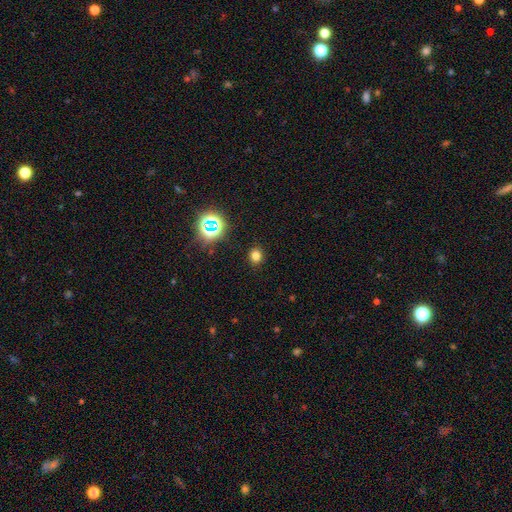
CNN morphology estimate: A smooth galaxy with no disk features (73%) that is round (71%).

Vote fractions:
- Smooth or featured? smooth: 73% / star or artifact: 21% / featured or disk: 5%
- How rounded? round: 71% / in between: 28% / cigar-shaped: 1%
- Merging? none: 89% / minor disturbance: 7% / major disturbance: 3% / merger: 1%